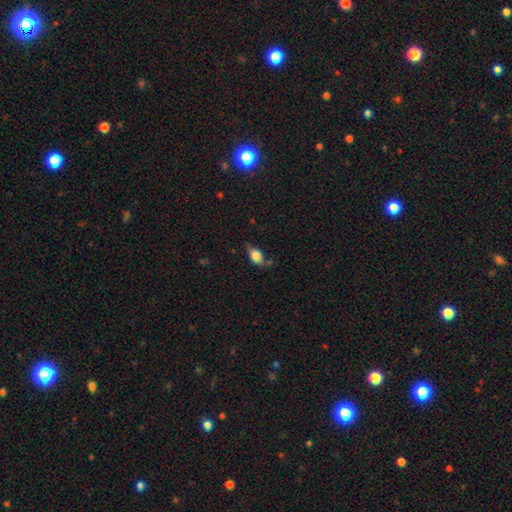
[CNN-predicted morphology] Smooth or featured? Predicted: smooth (p=0.66). How rounded? Predicted: in between (p=0.78). Merging? Predicted: none (p=0.59).